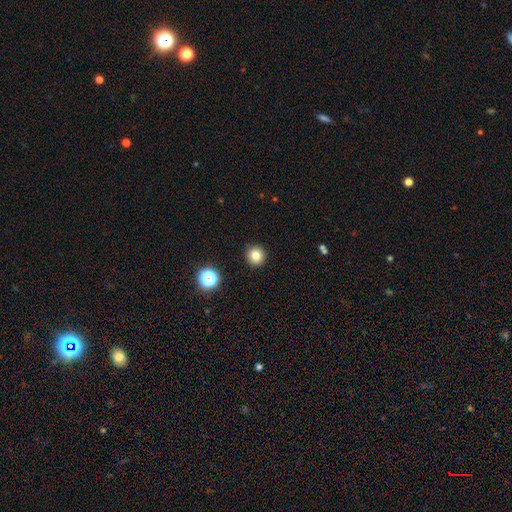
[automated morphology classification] smooth-or-featured: smooth: 81% | star or artifact: 13% | featured or disk: 6%
  how-rounded: round: 95% | in between: 4% | cigar-shaped: 1%
  merging: none: 92% | minor disturbance: 5% | major disturbance: 2% | merger: 1%